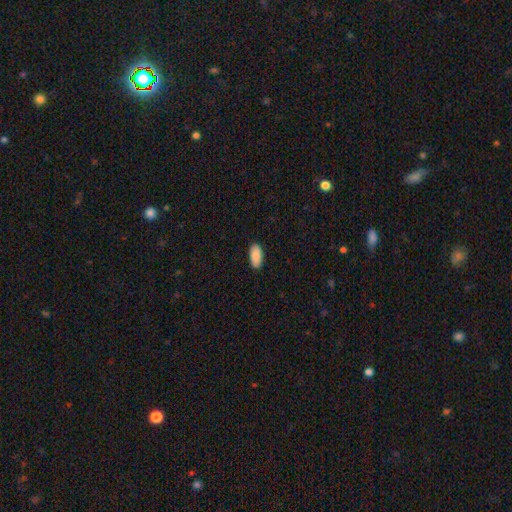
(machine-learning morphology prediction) type=smooth (91%); roundness=in between (93%); merging=none (89%).